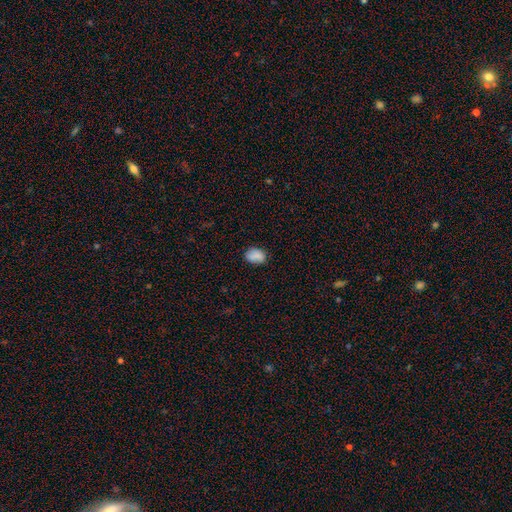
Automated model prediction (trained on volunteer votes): Smooth or featured: smooth — 85% (star or artifact — 9%)
How rounded: in between — 74% (round — 25%)
Merging: none — 77% (minor disturbance — 18%)